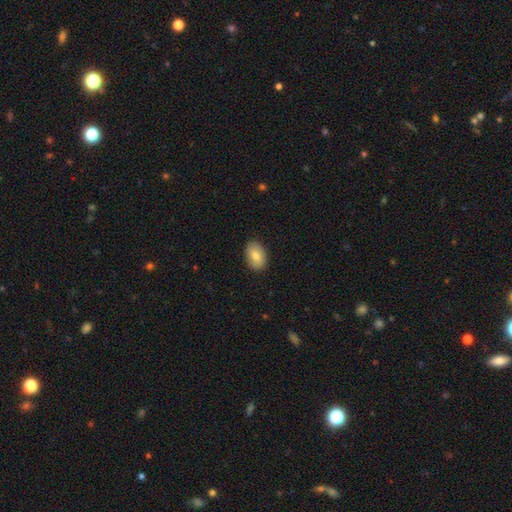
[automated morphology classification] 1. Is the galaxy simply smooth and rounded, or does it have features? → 79% smooth, 14% featured or disk, 7% star or artifact.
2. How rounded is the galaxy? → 87% in between, 12% round, 1% cigar-shaped.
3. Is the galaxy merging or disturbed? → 89% none, 9% minor disturbance, 2% major disturbance, 1% merger.